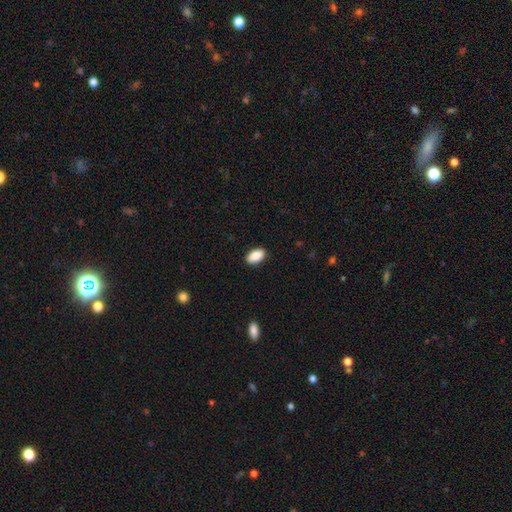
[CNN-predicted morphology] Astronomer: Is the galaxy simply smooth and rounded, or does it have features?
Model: smooth — 89%.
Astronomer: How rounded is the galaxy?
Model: in between — 93%.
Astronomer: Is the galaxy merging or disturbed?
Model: none — 90%.